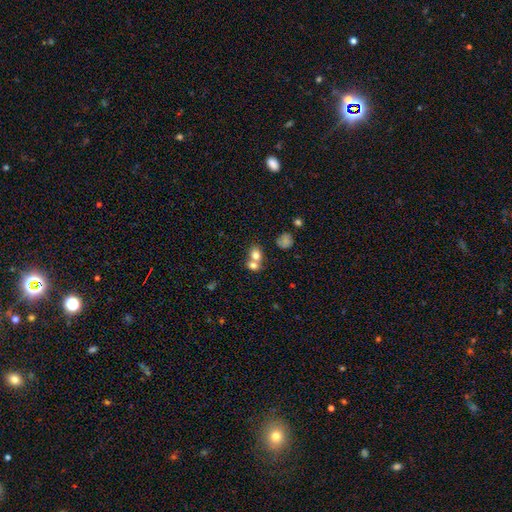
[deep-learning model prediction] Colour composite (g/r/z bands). It shows a smooth galaxy with no disk features (75%) that is round (52%). Merging: merger (62%).